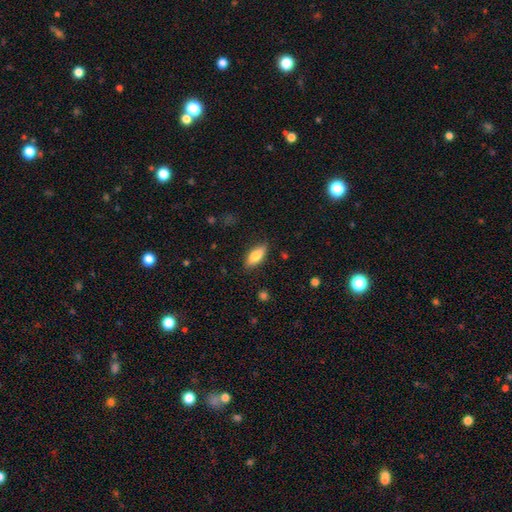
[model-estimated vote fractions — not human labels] Smooth or featured: smooth — 79% (featured or disk — 15%)
How rounded: in between — 80% (cigar-shaped — 17%)
Merging: none — 85% (minor disturbance — 12%)